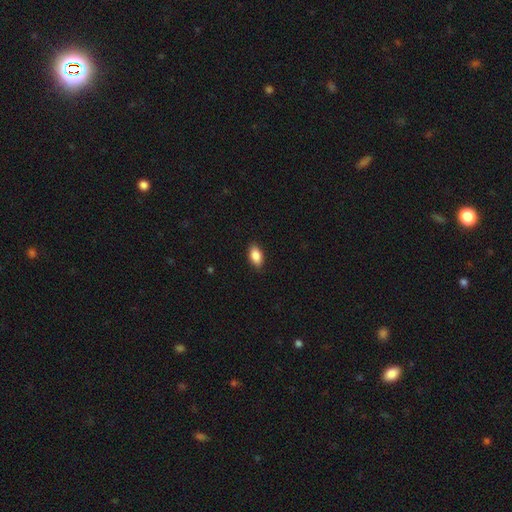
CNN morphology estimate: type=smooth (87%); roundness=in between (91%); merging=none (86%).